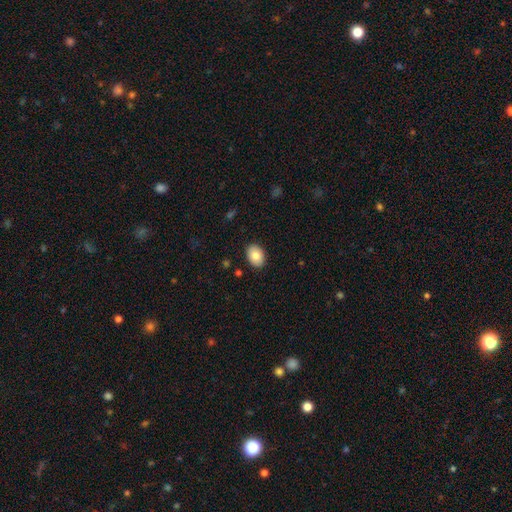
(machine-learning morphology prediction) This appears to be a smooth galaxy with no disk features (83%) that is in between round and cigar-shaped (78%). Merging: none (89%).